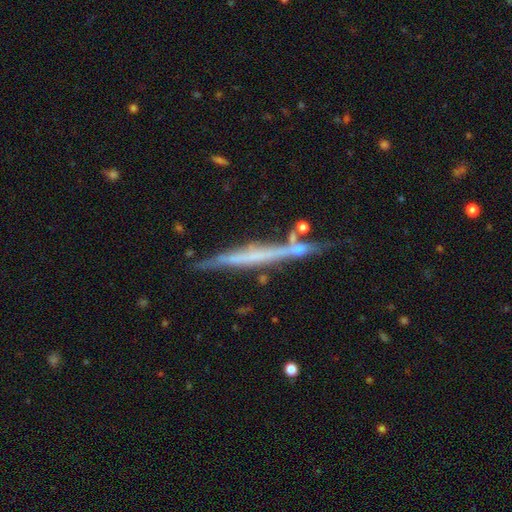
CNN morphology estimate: The model was most divided on "smooth or featured": featured or disk: 62%, smooth: 31%, star or artifact: 8%. More confident: edge-on disk — yes (96%); edge-on bulge — none (82%); merging — none (80%).